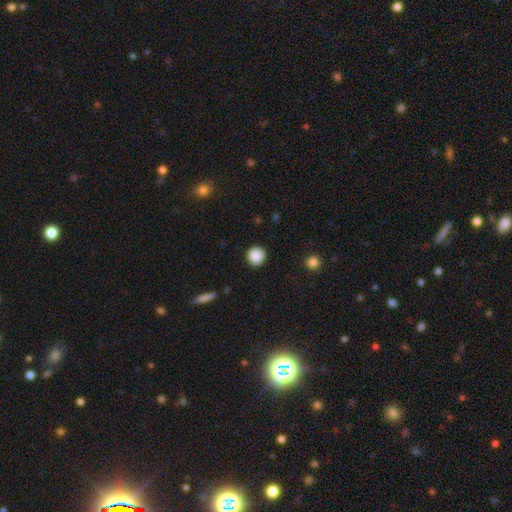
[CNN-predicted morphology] This is clearly a smooth galaxy (88%). How rounded: clearly round (94%). Merging: clearly none (91%).